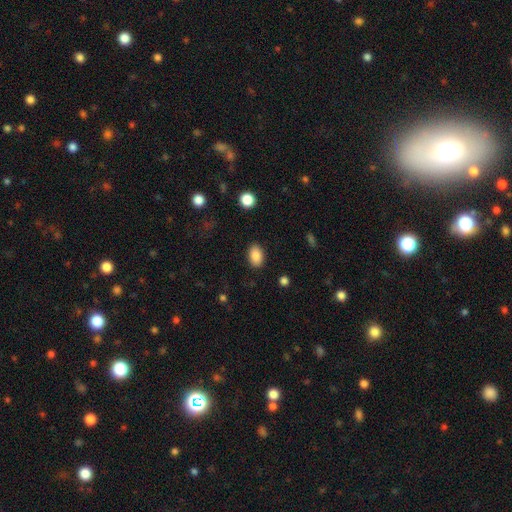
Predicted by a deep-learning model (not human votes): smooth_or_featured: smooth (p=0.88) [alt: star or artifact p=0.08]
how_rounded: in between (p=0.87) [alt: round p=0.11]
merging: none (p=0.87) [alt: minor disturbance p=0.09]